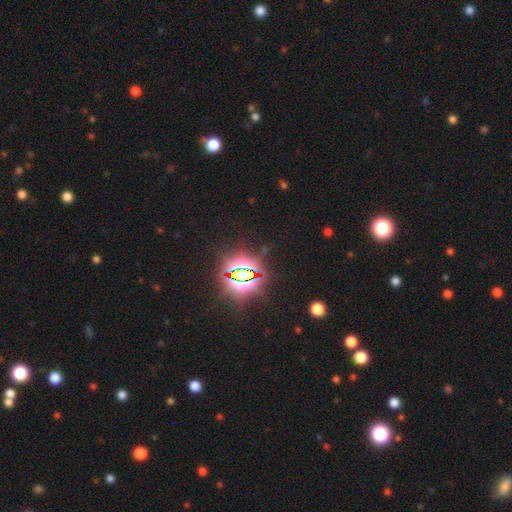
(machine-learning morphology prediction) A star or artifact, not a galaxy (84%).

Vote fractions:
- Smooth or featured? star or artifact: 84% / smooth: 10% / featured or disk: 6%